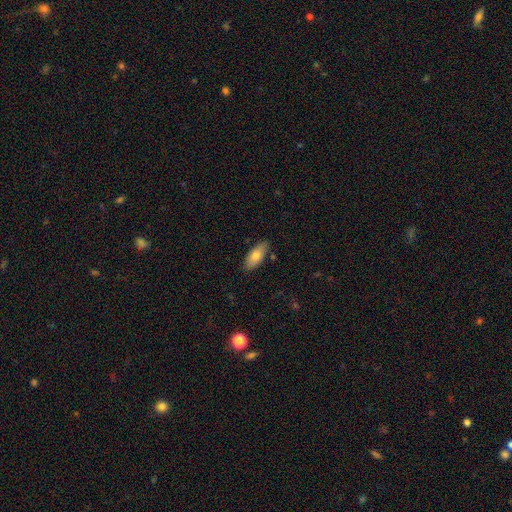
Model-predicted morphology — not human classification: A smooth galaxy with no disk features (79%) that is in between round and cigar-shaped (85%).

Vote fractions:
- Smooth or featured? smooth: 79% / featured or disk: 15% / star or artifact: 6%
- How rounded? in between: 85% / cigar-shaped: 13% / round: 2%
- Merging? none: 83% / minor disturbance: 12% / major disturbance: 2% / merger: 2%